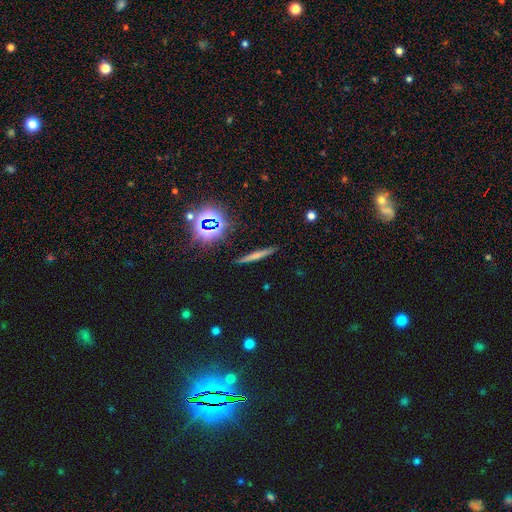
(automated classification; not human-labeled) The model was most divided on "smooth or featured": smooth: 52%, featured or disk: 30%, star or artifact: 19%. More confident: how rounded — cigar-shaped (90%); merging — none (89%).